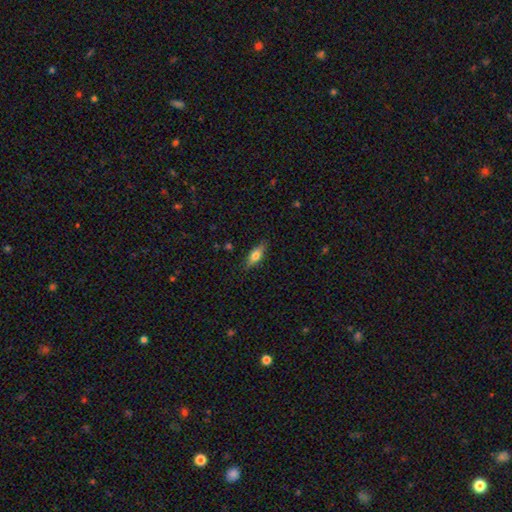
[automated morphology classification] Smooth or featured? smooth (62%)
How rounded? in between (60%)
Merging? none (85%)